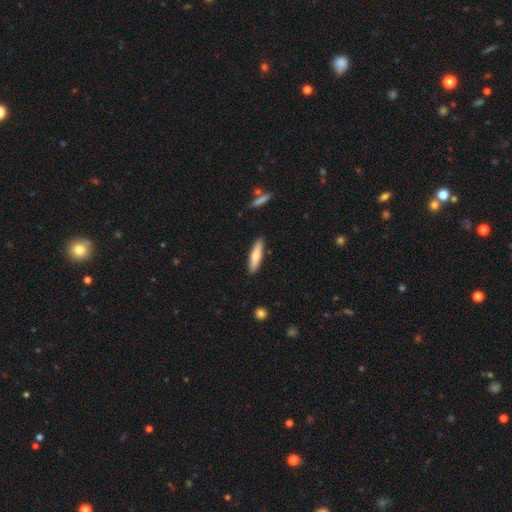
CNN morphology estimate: smooth_or_featured: smooth (p=0.65) [alt: featured or disk p=0.30]
how_rounded: cigar-shaped (p=0.74) [alt: in between p=0.24]
merging: none (p=0.89) [alt: minor disturbance p=0.08]